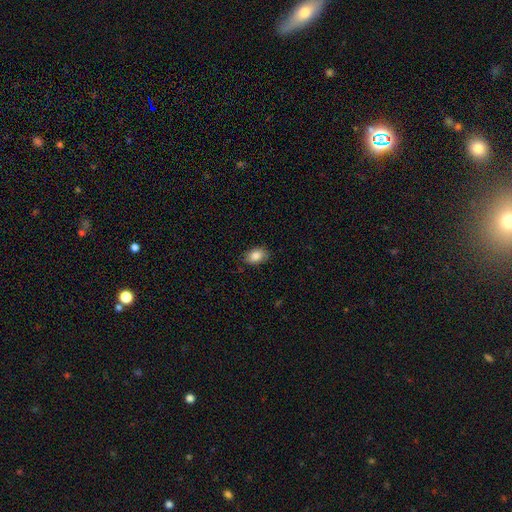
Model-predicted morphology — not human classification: Smooth or featured?
  - smooth: 86% *
  - star or artifact: 8%
  - featured or disk: 6%
How rounded?
  - in between: 85% *
  - round: 14%
  - cigar-shaped: 1%
Merging?
  - none: 84% *
  - minor disturbance: 13%
  - major disturbance: 2%
  - merger: 1%